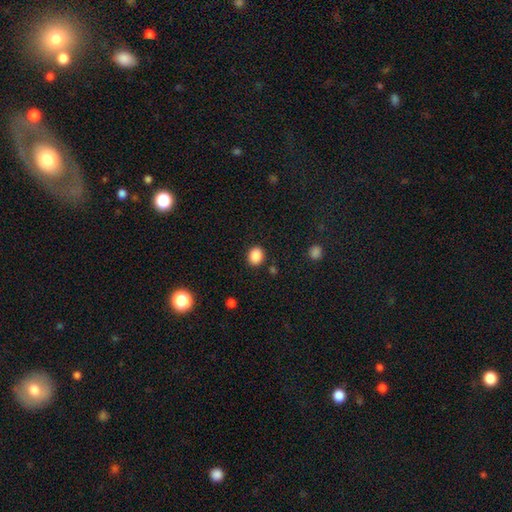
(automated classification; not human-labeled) A smooth galaxy with no disk features (87%) that is round (58%). Merging: none (88%).